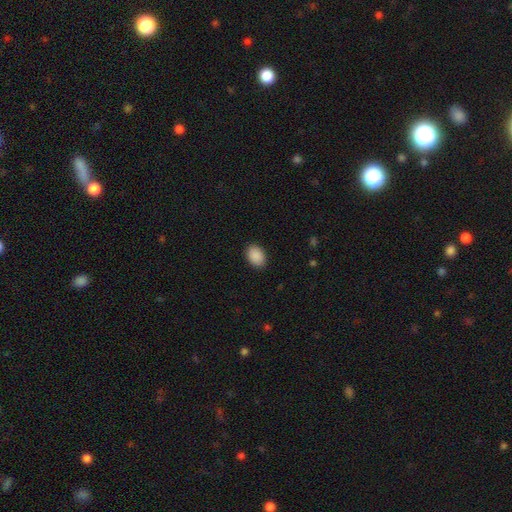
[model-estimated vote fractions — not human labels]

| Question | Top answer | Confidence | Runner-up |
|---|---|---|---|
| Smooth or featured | smooth | 90% | star or artifact (7%) |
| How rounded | in between | 81% | round (18%) |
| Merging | none | 89% | minor disturbance (8%) |